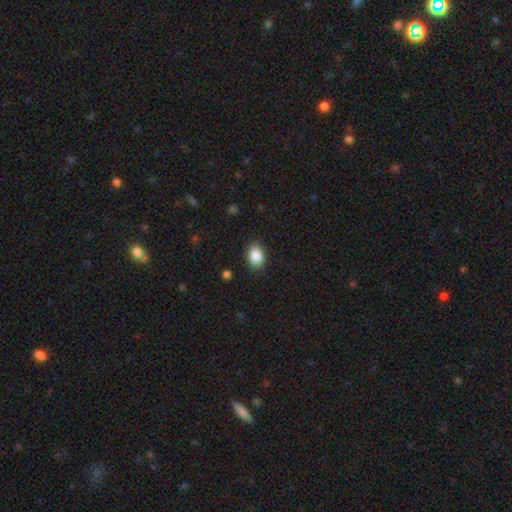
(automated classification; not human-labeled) Smooth or featured? Predicted: smooth (p=0.87). How rounded? Predicted: in between (p=0.79). Merging? Predicted: none (p=0.87).